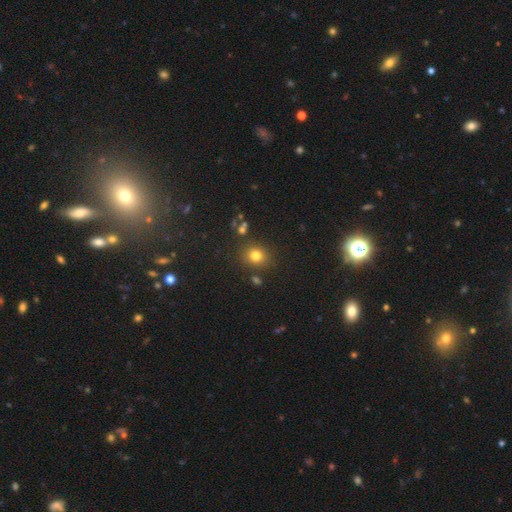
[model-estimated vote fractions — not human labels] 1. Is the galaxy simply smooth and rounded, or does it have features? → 78% smooth, 15% star or artifact, 7% featured or disk.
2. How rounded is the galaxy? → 74% round, 25% in between, 1% cigar-shaped.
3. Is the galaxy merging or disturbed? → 81% none, 10% minor disturbance, 5% merger, 3% major disturbance.